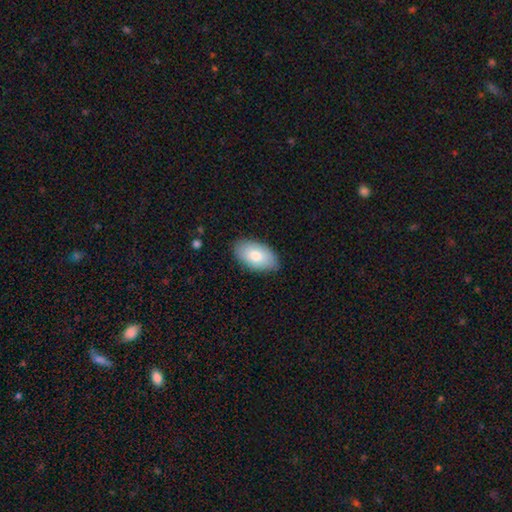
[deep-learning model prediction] Q: Smooth or featured?
A: smooth (80%); runner-up: featured or disk (14%)
Q: How rounded?
A: in between (95%); runner-up: round (3%)
Q: Merging?
A: none (85%); runner-up: minor disturbance (11%)